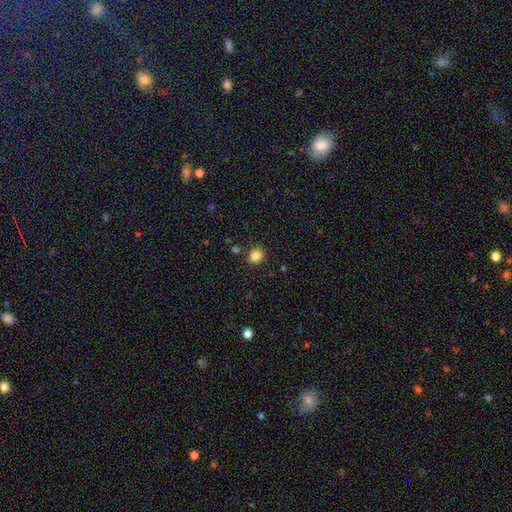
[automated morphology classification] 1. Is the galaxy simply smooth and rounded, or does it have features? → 84% smooth, 12% star or artifact, 4% featured or disk.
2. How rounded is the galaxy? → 81% round, 19% in between, 1% cigar-shaped.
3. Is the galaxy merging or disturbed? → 87% none, 8% minor disturbance, 3% merger, 2% major disturbance.